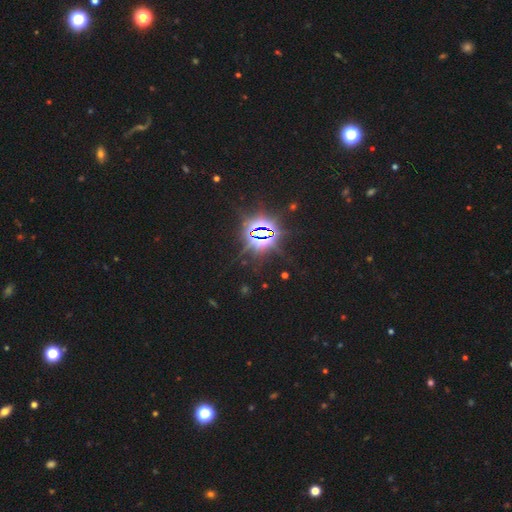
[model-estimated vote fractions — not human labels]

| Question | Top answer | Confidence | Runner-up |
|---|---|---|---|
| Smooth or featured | star or artifact | 84% | smooth (10%) |